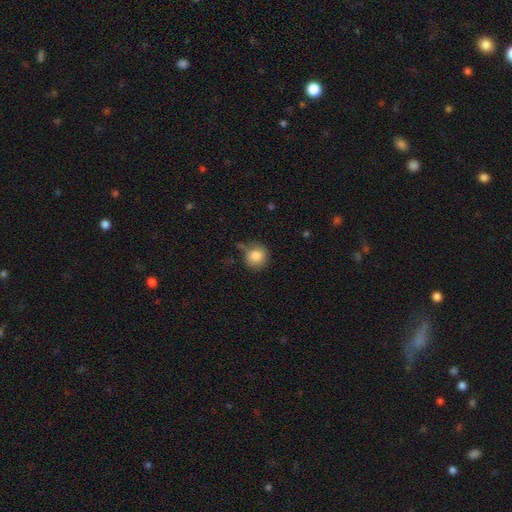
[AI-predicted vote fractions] Smooth or featured? Predicted: smooth (p=0.83). How rounded? Predicted: round (p=0.91). Merging? Predicted: none (p=0.72).